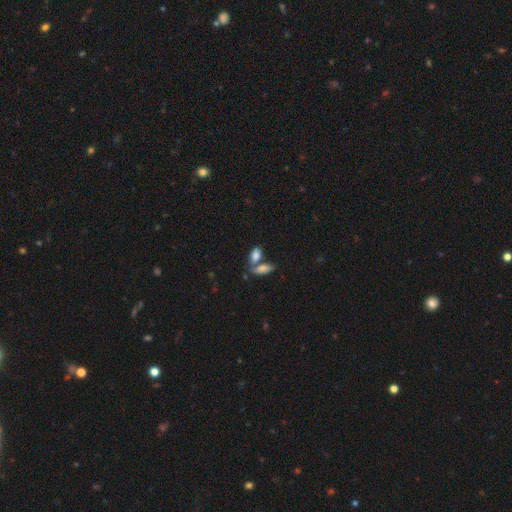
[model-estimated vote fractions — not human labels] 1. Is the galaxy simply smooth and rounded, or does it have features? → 82% smooth, 10% featured or disk, 8% star or artifact.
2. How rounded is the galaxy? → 89% in between, 6% cigar-shaped, 5% round.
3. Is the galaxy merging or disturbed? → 45% merger, 41% none, 10% minor disturbance, 4% major disturbance.